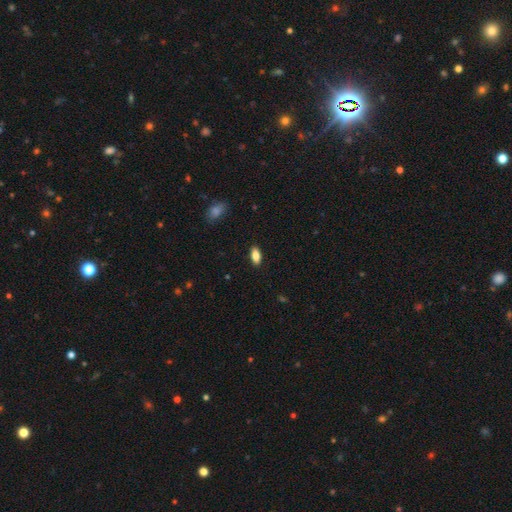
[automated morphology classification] smooth_or_featured: smooth (p=0.81) [alt: featured or disk p=0.11]
how_rounded: in between (p=0.86) [alt: cigar-shaped p=0.11]
merging: none (p=0.89) [alt: minor disturbance p=0.08]